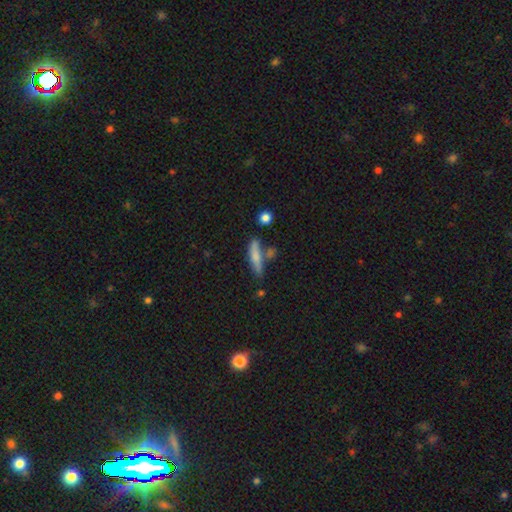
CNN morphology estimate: This is likely a smooth galaxy (67%). How rounded: likely cigar-shaped (80%). Merging: likely none (63%).